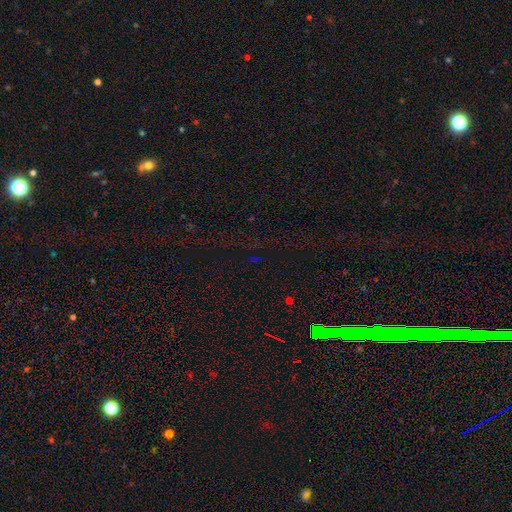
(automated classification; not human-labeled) Smooth or featured? star or artifact (71%)